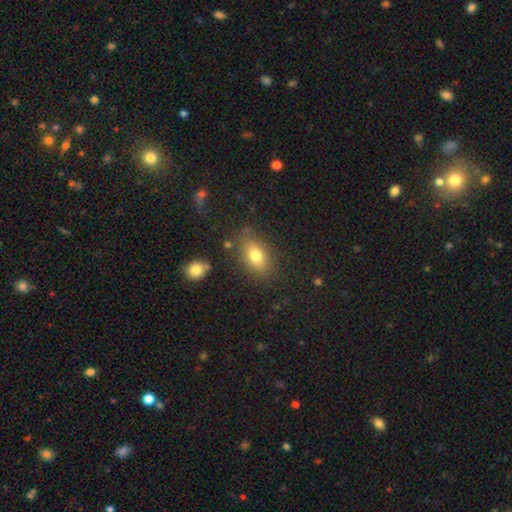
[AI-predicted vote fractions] Morphology: type=smooth (77%); roundness=in between (84%); merging=none (79%).